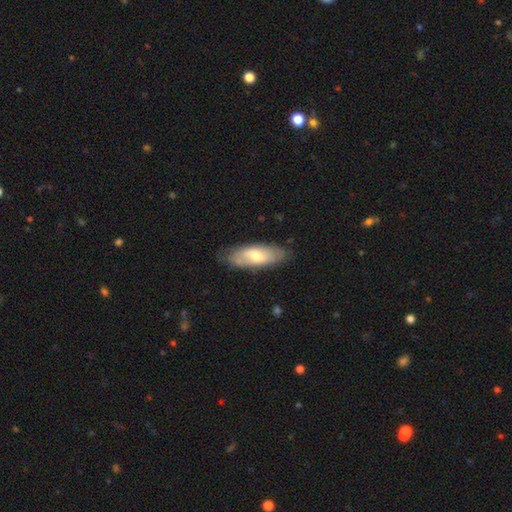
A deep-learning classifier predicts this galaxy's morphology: Smooth or featured?
  - smooth: 56% *
  - featured or disk: 38%
  - star or artifact: 6%
How rounded?
  - in between: 76% *
  - cigar-shaped: 22%
  - round: 2%
Merging?
  - none: 77% *
  - minor disturbance: 18%
  - major disturbance: 4%
  - merger: 1%